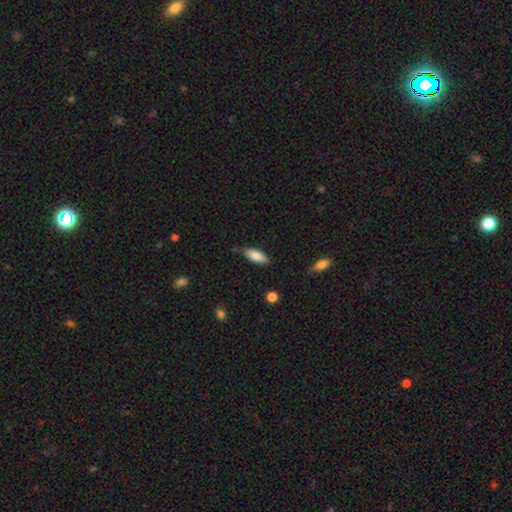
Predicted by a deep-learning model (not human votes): Overall: smooth (81%). How rounded: in between (71%). Merging: none (80%).